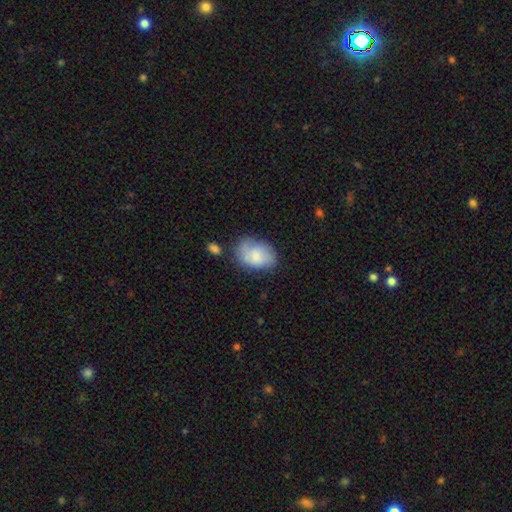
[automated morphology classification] smooth-or-featured: smooth: 75% | featured or disk: 18% | star or artifact: 7%
  how-rounded: in between: 82% | round: 17% | cigar-shaped: 1%
  merging: none: 56% | minor disturbance: 29% | major disturbance: 9% | merger: 5%